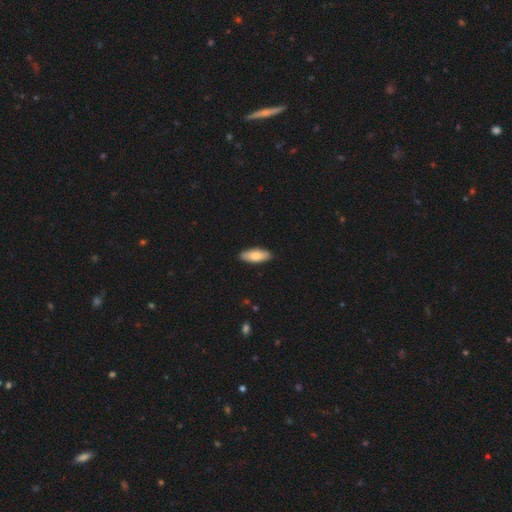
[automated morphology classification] Overall: smooth (79%). How rounded: in between (71%). Merging: none (89%).